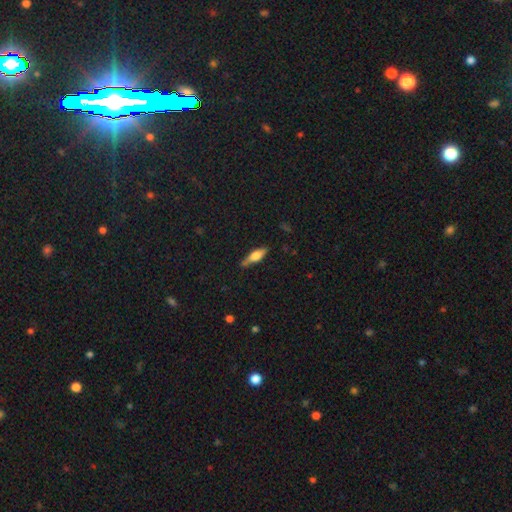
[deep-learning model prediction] Overall: smooth (48%; featured or disk 46%). Merging: none (82%).